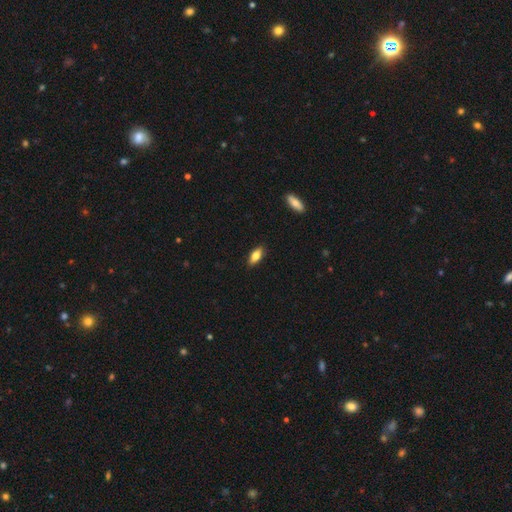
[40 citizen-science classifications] Smooth or featured: smooth — 68% (featured or disk — 22%)
How rounded: in between — 81% (cigar-shaped — 15%)
Merging: none — 92% (minor disturbance — 3%)